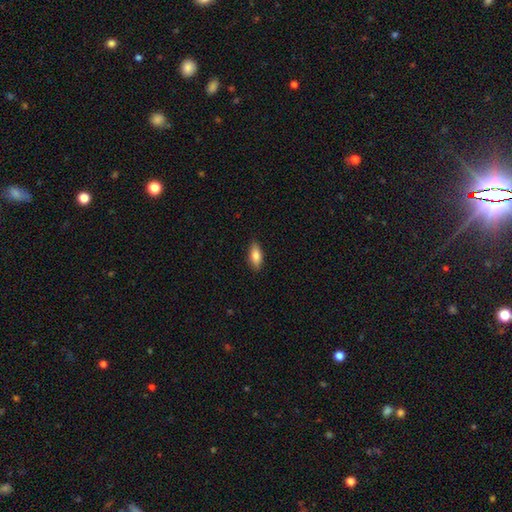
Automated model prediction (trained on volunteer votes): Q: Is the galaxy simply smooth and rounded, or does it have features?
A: smooth — 80%.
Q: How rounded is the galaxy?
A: in between — 81%.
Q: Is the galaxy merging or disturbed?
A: none — 86%.